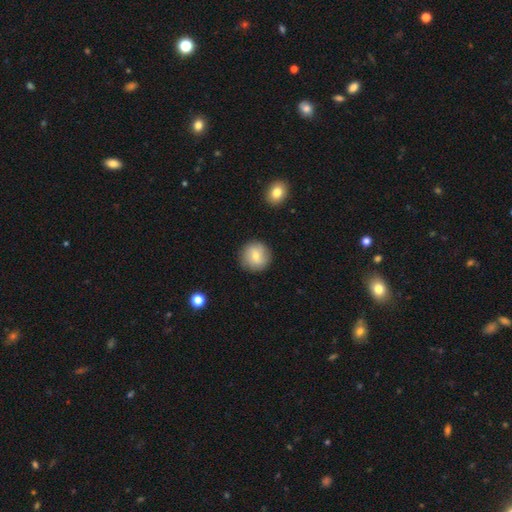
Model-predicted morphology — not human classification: A smooth galaxy with no disk features (67%) that is round (94%). Merging: none (88%).